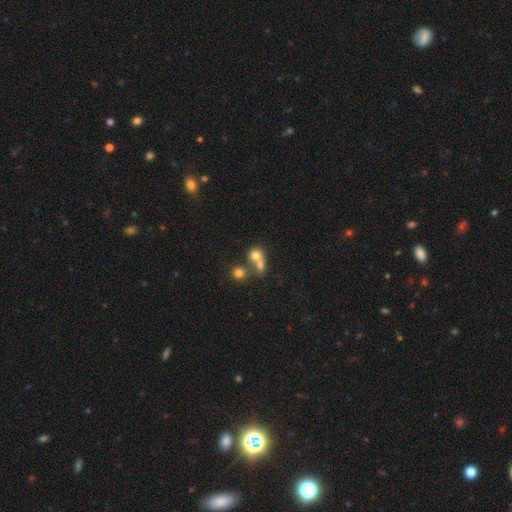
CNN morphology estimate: A smooth galaxy with no disk features (70%) that is round (73%). Merging: merger (54%).